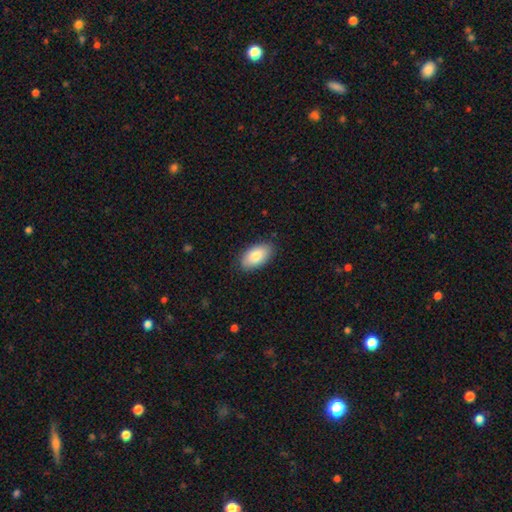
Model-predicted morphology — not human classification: type=smooth (84%); roundness=in between (95%); merging=none (86%).